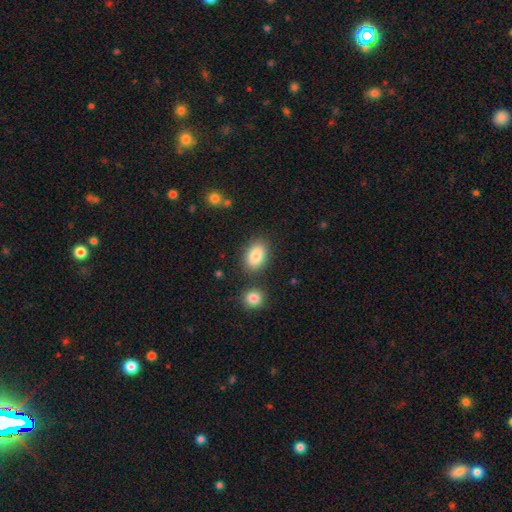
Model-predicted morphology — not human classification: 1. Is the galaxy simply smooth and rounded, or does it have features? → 86% smooth, 7% featured or disk, 7% star or artifact.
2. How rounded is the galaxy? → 88% in between, 10% round, 2% cigar-shaped.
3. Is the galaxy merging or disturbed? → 78% none, 11% minor disturbance, 8% merger, 3% major disturbance.